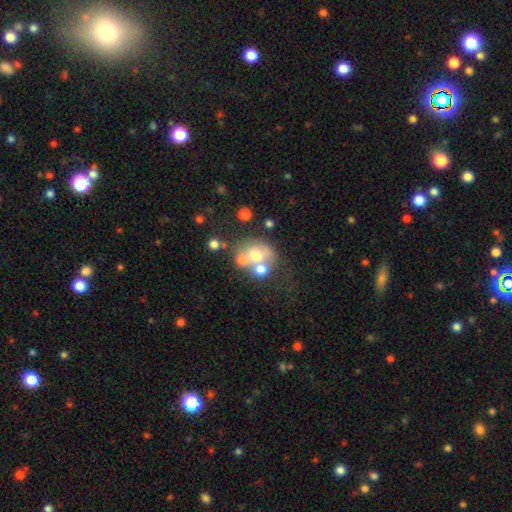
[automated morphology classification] This appears to be a smooth galaxy with no disk features (54%) that is round (70%). Merging: merger (40%, tied with none).